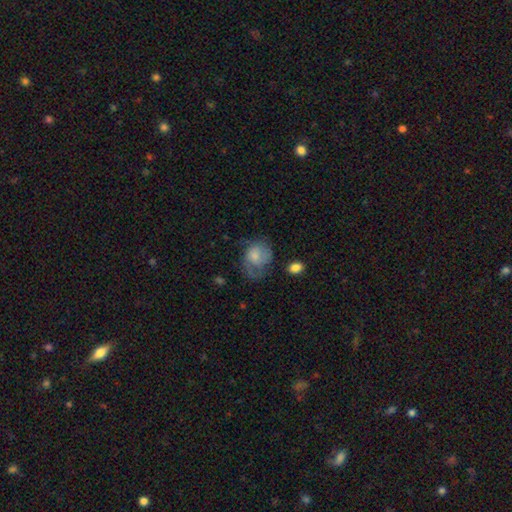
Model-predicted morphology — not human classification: The model was most divided on "merging": none: 35%, major disturbance: 34%, minor disturbance: 28%, merger: 3%. More confident: smooth or featured — smooth (57%); how rounded — round (52%).